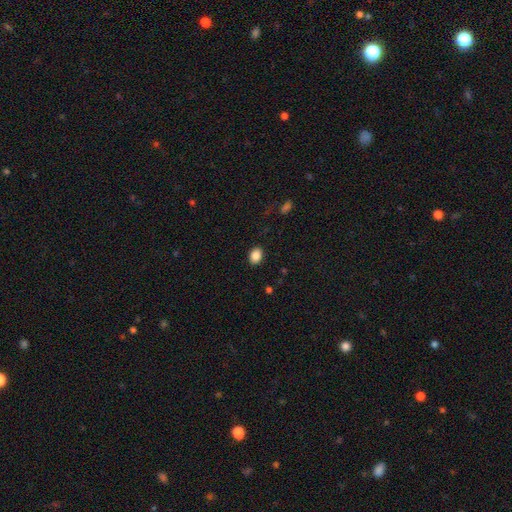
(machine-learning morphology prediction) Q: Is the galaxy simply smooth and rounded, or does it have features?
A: smooth — 87%.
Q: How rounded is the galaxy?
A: in between — 66%.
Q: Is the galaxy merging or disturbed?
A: none — 89%.